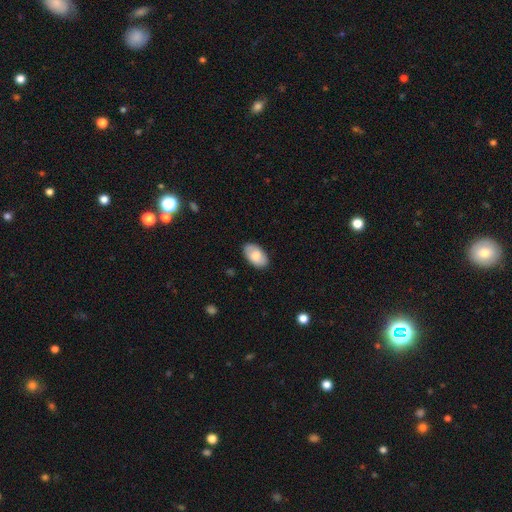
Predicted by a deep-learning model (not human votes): Q: Smooth or featured?
A: smooth (79%); runner-up: featured or disk (15%)
Q: How rounded?
A: in between (95%); runner-up: round (4%)
Q: Merging?
A: none (86%); runner-up: minor disturbance (11%)